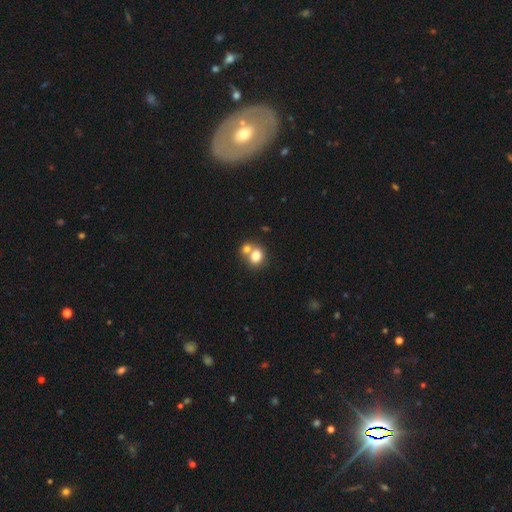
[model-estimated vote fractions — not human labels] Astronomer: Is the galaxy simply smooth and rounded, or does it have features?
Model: smooth — 78%.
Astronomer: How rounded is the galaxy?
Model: round — 60% (runner-up: in between, 39%).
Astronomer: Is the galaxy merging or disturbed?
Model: merger — 48% (runner-up: none, 41%).